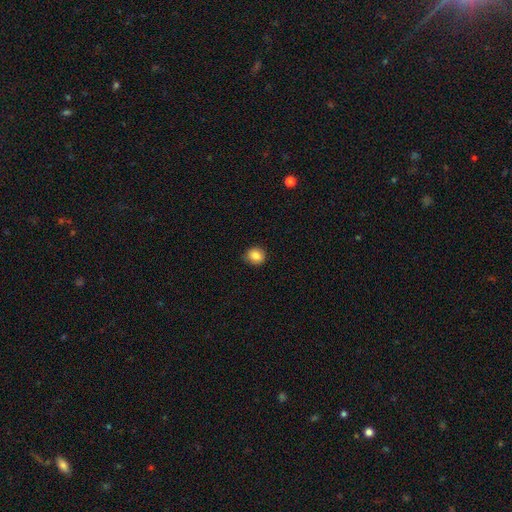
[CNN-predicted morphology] A smooth galaxy with no disk features (84%) that is round (82%).

Vote fractions:
- Smooth or featured? smooth: 84% / star or artifact: 10% / featured or disk: 6%
- How rounded? round: 82% / in between: 17% / cigar-shaped: 1%
- Merging? none: 84% / minor disturbance: 13% / major disturbance: 2% / merger: 1%